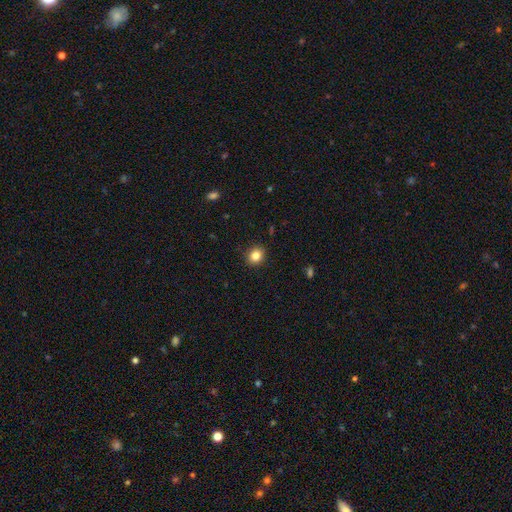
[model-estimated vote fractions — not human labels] Q: Smooth or featured?
A: smooth (84%); runner-up: star or artifact (10%)
Q: How rounded?
A: round (72%); runner-up: in between (27%)
Q: Merging?
A: none (90%); runner-up: minor disturbance (7%)